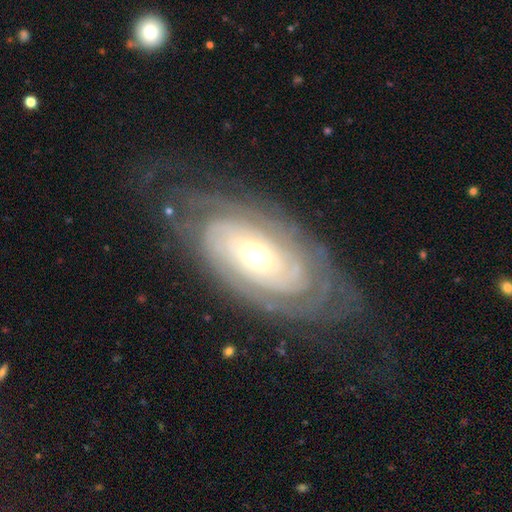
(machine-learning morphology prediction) Q: Smooth or featured?
A: featured or disk (85%); runner-up: smooth (9%)
Q: Edge-on disk?
A: no (93%); runner-up: yes (7%)
Q: Bar?
A: no (75%); runner-up: weak (16%)
Q: Spiral arms?
A: yes (93%); runner-up: no (7%)
Q: Spiral winding?
A: tight (80%); runner-up: medium (15%)
Q: Spiral arm count?
A: can't tell (41%); runner-up: 2 (24%)
Q: Bulge size?
A: moderate (51%); runner-up: small (41%)
Q: Merging?
A: none (72%); runner-up: minor disturbance (16%)